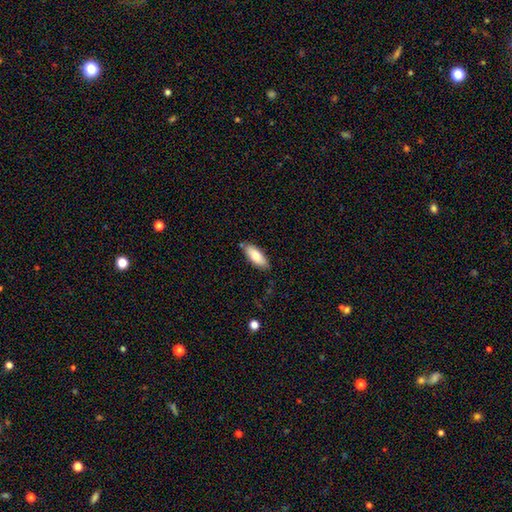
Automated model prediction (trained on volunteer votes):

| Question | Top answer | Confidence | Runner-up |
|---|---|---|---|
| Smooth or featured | smooth | 80% | featured or disk (14%) |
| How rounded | in between | 80% | cigar-shaped (18%) |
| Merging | none | 81% | minor disturbance (14%) |